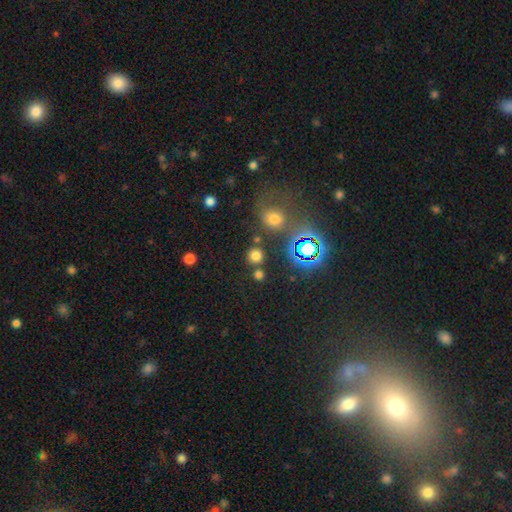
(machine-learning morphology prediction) Overall: smooth (68%). How rounded: round (90%). Merging: none (78%).